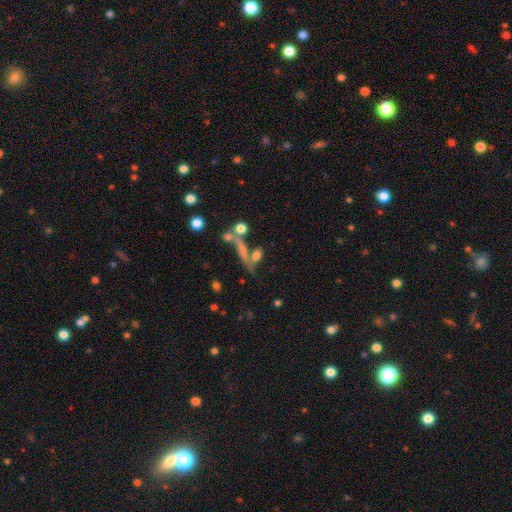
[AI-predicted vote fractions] smooth_or_featured: smooth (p=0.59) [alt: featured or disk p=0.27]
how_rounded: cigar-shaped (p=0.53) [alt: in between p=0.34]
merging: none (p=0.44) [alt: merger p=0.30]